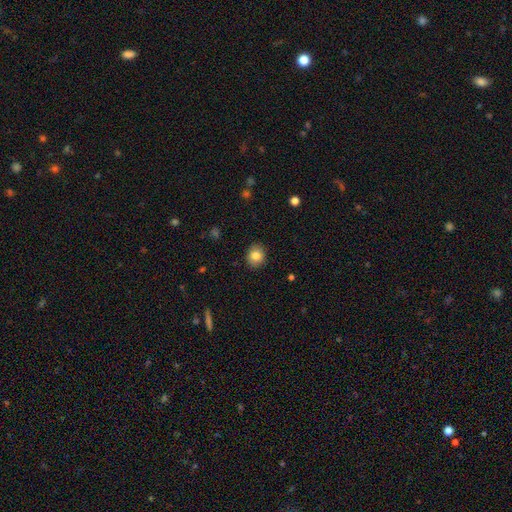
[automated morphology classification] smooth_or_featured: smooth (p=0.83) [alt: star or artifact p=0.10]
how_rounded: round (p=0.76) [alt: in between p=0.23]
merging: none (p=0.90) [alt: minor disturbance p=0.08]